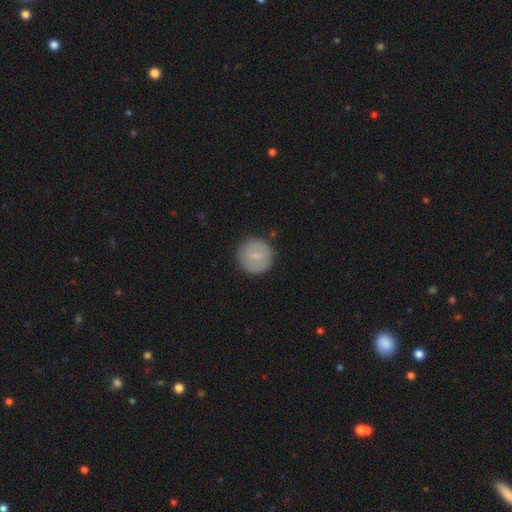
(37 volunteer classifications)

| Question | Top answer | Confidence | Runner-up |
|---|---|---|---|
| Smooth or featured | smooth | 62% | featured or disk (30%) |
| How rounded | round | 96% | in between (4%) |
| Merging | none | 91% | minor disturbance (6%) |